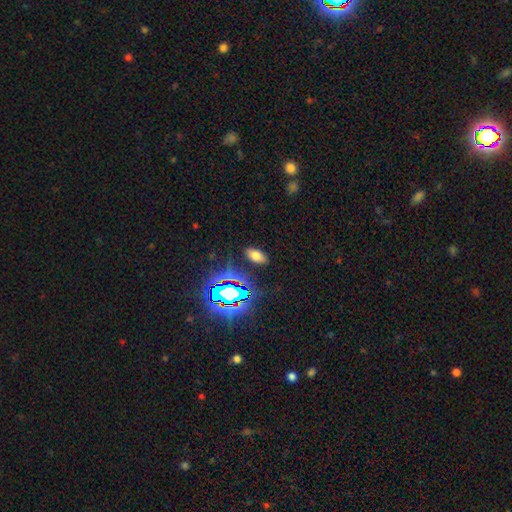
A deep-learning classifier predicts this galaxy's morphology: A smooth galaxy with no disk features (65%) that is in between round and cigar-shaped (91%).

Vote fractions:
- Smooth or featured? smooth: 65% / star or artifact: 25% / featured or disk: 10%
- How rounded? in between: 91% / round: 5% / cigar-shaped: 4%
- Merging? none: 86% / minor disturbance: 9% / major disturbance: 3% / merger: 2%